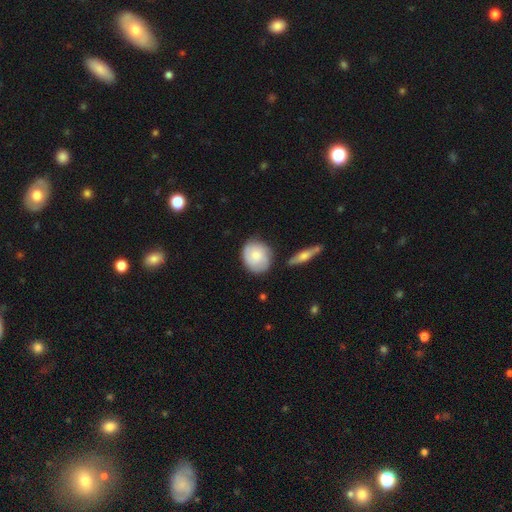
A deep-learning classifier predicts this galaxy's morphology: smooth 57%, featured or disk 37%, star or artifact 6%. Down the decision tree: how rounded — round (65%); merging — none (73%).